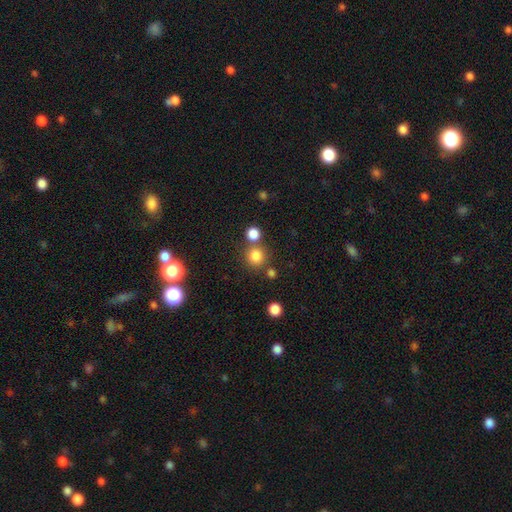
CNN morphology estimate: smooth_or_featured: smooth (p=0.81) [alt: star or artifact p=0.14]
how_rounded: round (p=0.91) [alt: in between p=0.08]
merging: none (p=0.72) [alt: merger p=0.17]